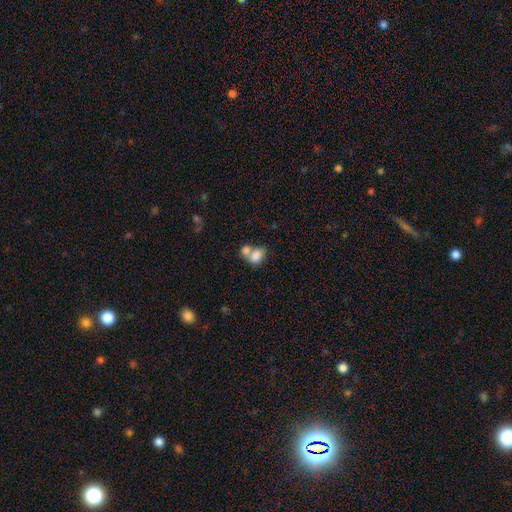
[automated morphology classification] Overall: smooth (78%). How rounded: in between (76%). Merging: merger (64%).